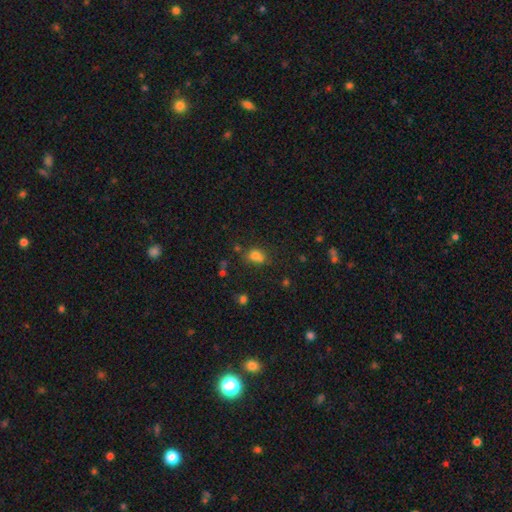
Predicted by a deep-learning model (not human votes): The model was most divided on "how rounded": in between: 56%, round: 42%, cigar-shaped: 2%. More confident: smooth or featured — smooth (74%); merging — none (52%).